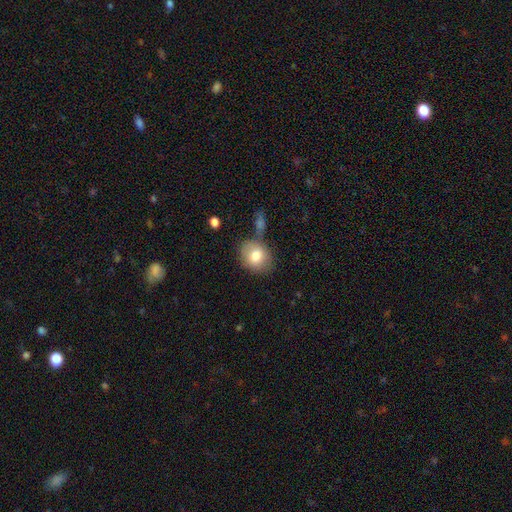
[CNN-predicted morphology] A smooth galaxy with no disk features (79%) that is round (59%).

Vote fractions:
- Smooth or featured? smooth: 79% / featured or disk: 13% / star or artifact: 8%
- How rounded? round: 59% / in between: 40% / cigar-shaped: 1%
- Merging? none: 66% / minor disturbance: 17% / merger: 12% / major disturbance: 5%